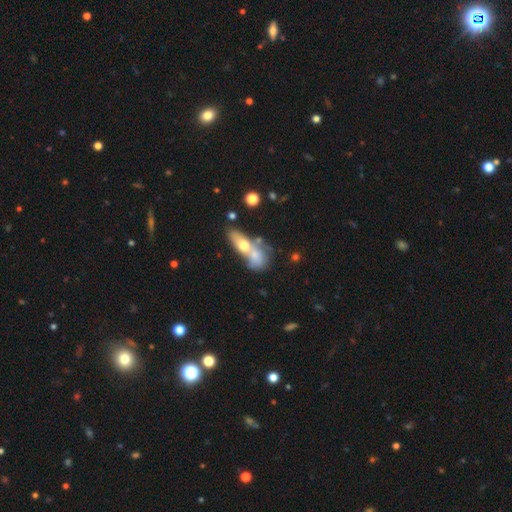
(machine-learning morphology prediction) Q: Smooth or featured?
A: smooth (61%); runner-up: featured or disk (31%)
Q: How rounded?
A: in between (62%); runner-up: round (22%)
Q: Merging?
A: merger (61%); runner-up: none (22%)